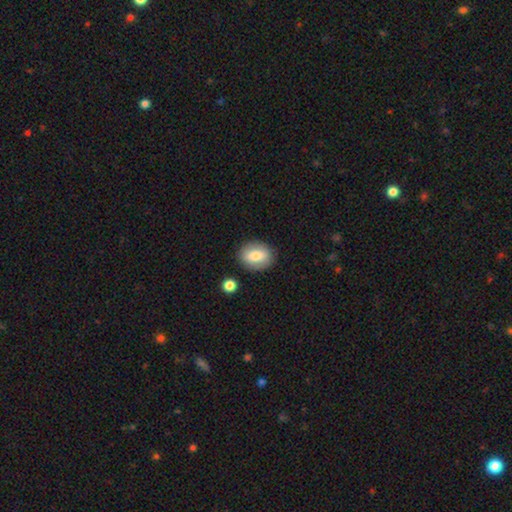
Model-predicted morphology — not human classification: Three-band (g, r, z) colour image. It shows a smooth galaxy with no disk features (74%) that is in between round and cigar-shaped (65%). Merging: none (84%).